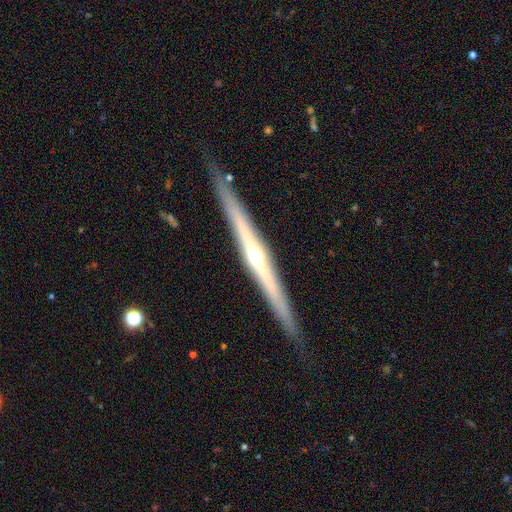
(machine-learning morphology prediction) Smooth or featured? Predicted: featured or disk (p=0.81). Edge-on disk? Predicted: yes (p=0.98). Edge-on bulge? Predicted: rounded (p=0.81). Merging? Predicted: none (p=0.88).